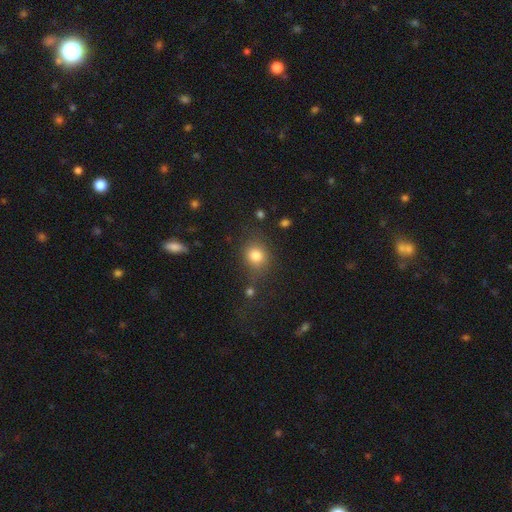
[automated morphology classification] Q: Smooth or featured?
A: smooth (80%); runner-up: star or artifact (13%)
Q: How rounded?
A: round (70%); runner-up: in between (29%)
Q: Merging?
A: none (69%); runner-up: minor disturbance (16%)